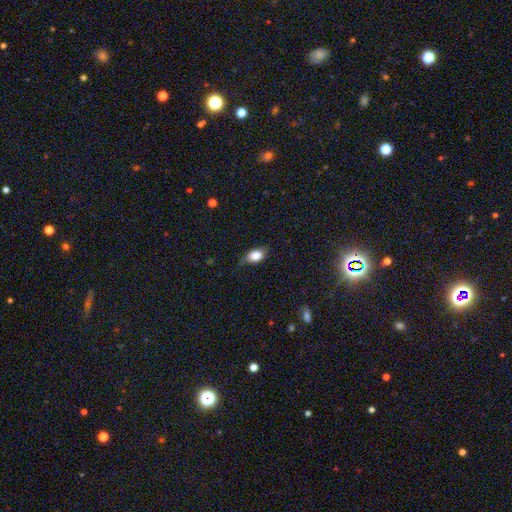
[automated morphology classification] Smooth or featured? smooth (82%)
How rounded? in between (82%)
Merging? none (61%)